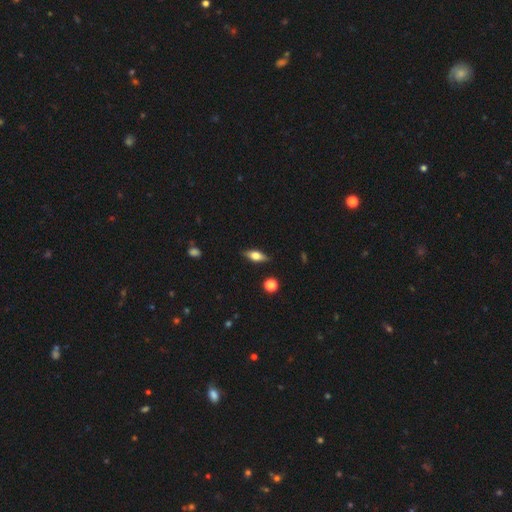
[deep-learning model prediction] Smooth or featured: smooth — 54% (featured or disk — 38%)
How rounded: in between — 70% (cigar-shaped — 25%)
Merging: none — 86% (minor disturbance — 10%)